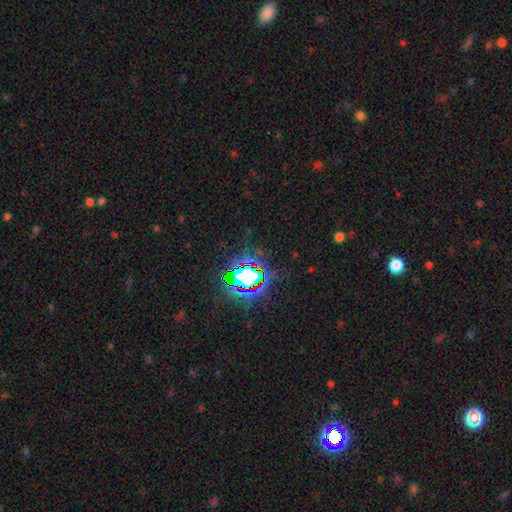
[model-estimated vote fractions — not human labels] Overall: star or artifact (83%).